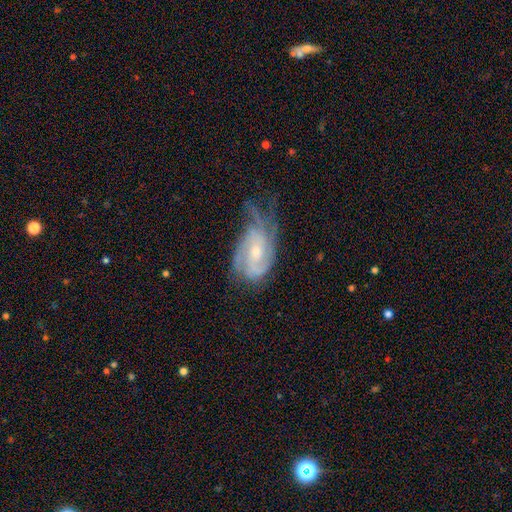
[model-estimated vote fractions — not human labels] Q: Smooth or featured?
A: featured or disk (80%); runner-up: smooth (11%)
Q: Edge-on disk?
A: no (95%); runner-up: yes (5%)
Q: Bar?
A: no (53%); runner-up: weak (36%)
Q: Spiral arms?
A: yes (94%); runner-up: no (6%)
Q: Spiral winding?
A: tight (51%); runner-up: medium (36%)
Q: Spiral arm count?
A: 3 (28%); runner-up: 2 (27%)
Q: Bulge size?
A: small (49%); runner-up: moderate (46%)
Q: Merging?
A: none (47%); runner-up: minor disturbance (29%)